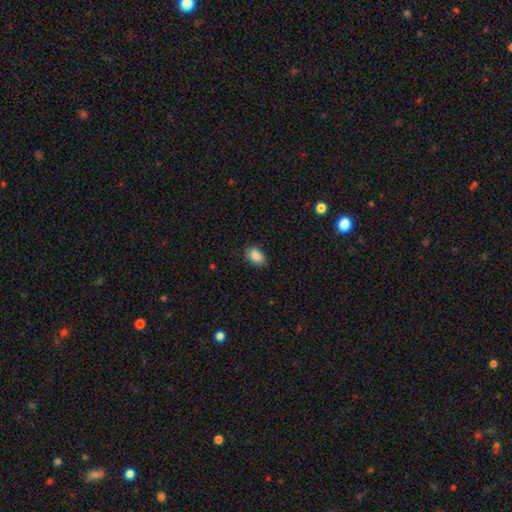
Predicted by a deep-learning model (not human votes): Morphology: type=smooth (88%); roundness=in between (87%); merging=none (76%).